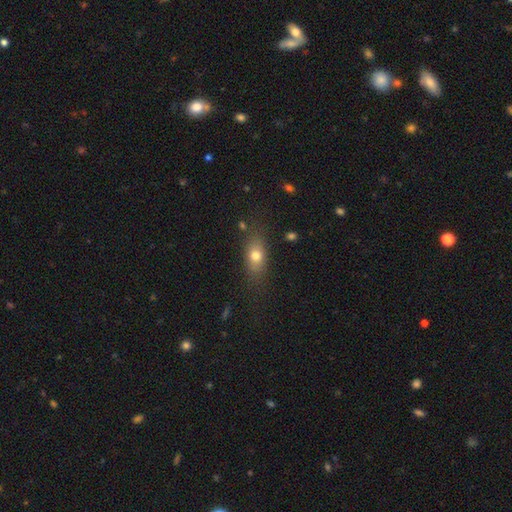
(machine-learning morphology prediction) Smooth or featured: smooth — 74% (featured or disk — 16%)
How rounded: in between — 74% (round — 16%)
Merging: none — 76% (minor disturbance — 15%)